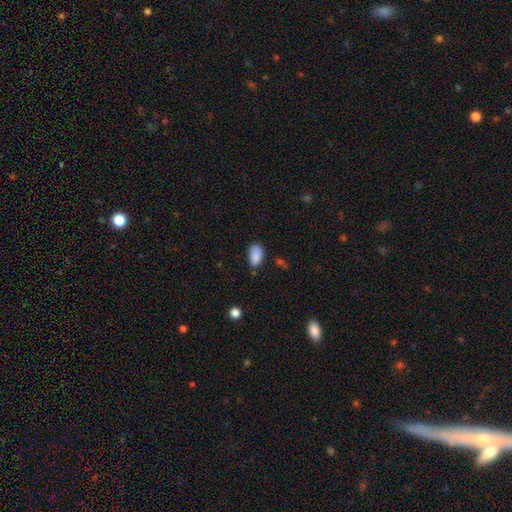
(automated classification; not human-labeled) smooth 86%, star or artifact 8%, featured or disk 6%. Down the decision tree: how rounded — in between (92%); merging — none (59%).